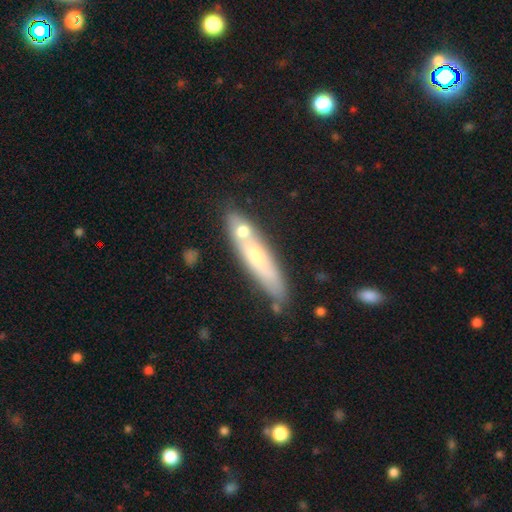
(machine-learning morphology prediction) A smooth galaxy with no disk features (52%) that is cigar-shaped (80%).

Vote fractions:
- Smooth or featured? smooth: 52% / featured or disk: 41% / star or artifact: 7%
- How rounded? cigar-shaped: 80% / in between: 18% / round: 2%
- Merging? none: 64% / merger: 17% / minor disturbance: 15% / major disturbance: 4%